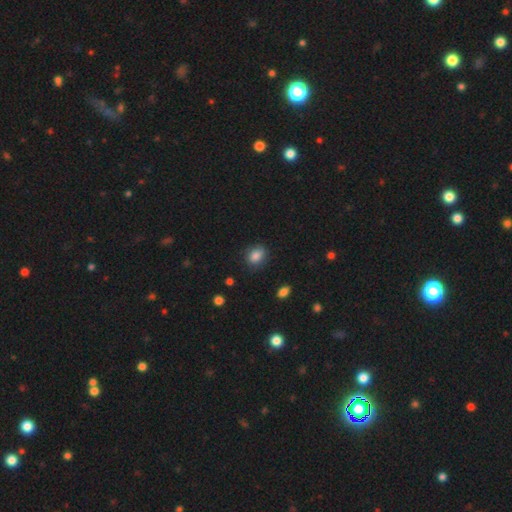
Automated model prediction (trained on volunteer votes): smooth_or_featured: smooth (p=0.85) [alt: star or artifact p=0.09]
how_rounded: in between (p=0.58) [alt: round p=0.41]
merging: none (p=0.80) [alt: minor disturbance p=0.15]